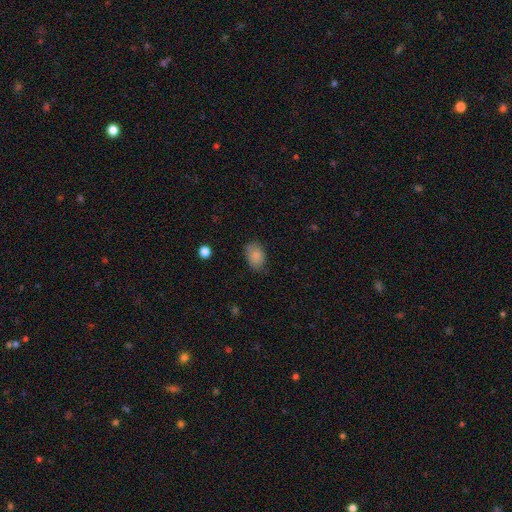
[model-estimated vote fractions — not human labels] Smooth or featured: smooth — 85% (star or artifact — 8%)
How rounded: in between — 80% (round — 19%)
Merging: none — 73% (minor disturbance — 21%)